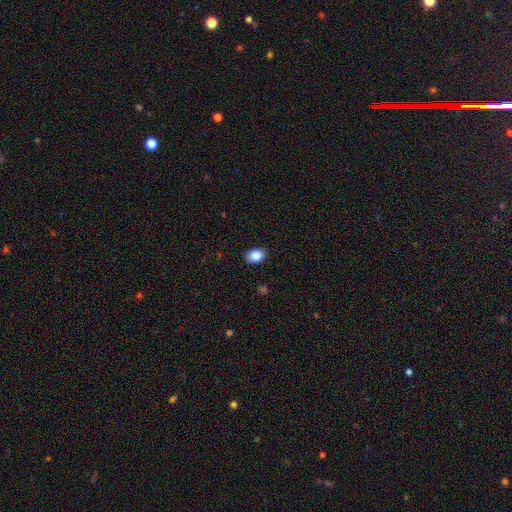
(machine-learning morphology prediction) smooth 87%, star or artifact 8%, featured or disk 4%. Down the decision tree: how rounded — in between (72%); merging — none (89%).